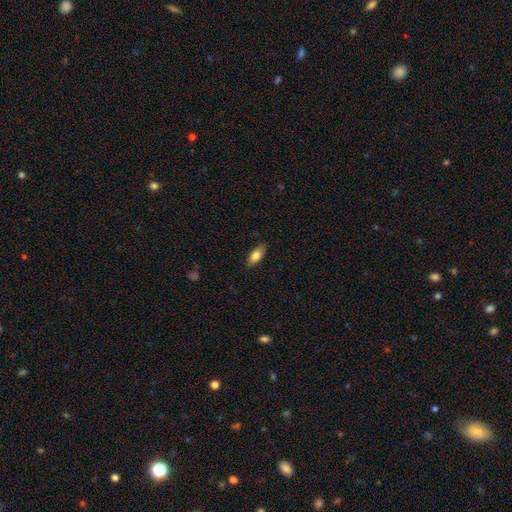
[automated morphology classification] This appears to be a smooth galaxy with no disk features (79%) that is in between round and cigar-shaped (82%). Merging: none (84%).